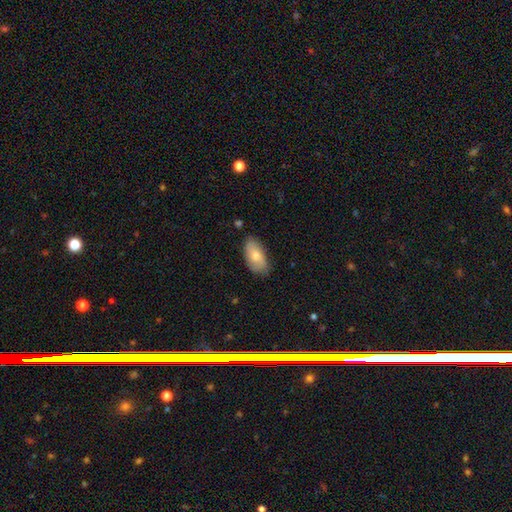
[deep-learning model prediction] Smooth or featured?
  - smooth: 74% *
  - featured or disk: 20%
  - star or artifact: 6%
How rounded?
  - in between: 93% *
  - cigar-shaped: 4%
  - round: 3%
Merging?
  - none: 78% *
  - minor disturbance: 17%
  - major disturbance: 3%
  - merger: 2%